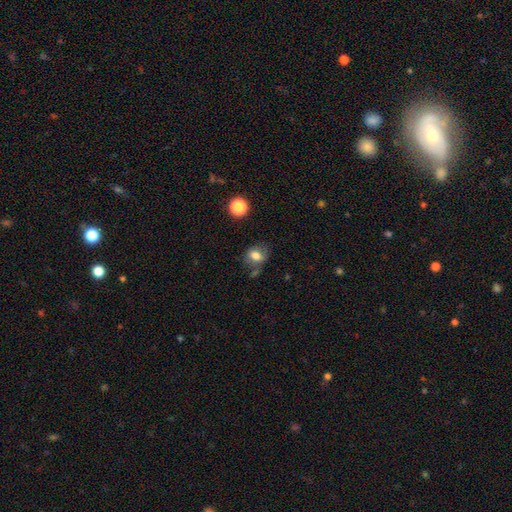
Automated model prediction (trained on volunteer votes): Smooth or featured: smooth — 75% (featured or disk — 14%)
How rounded: in between — 53% (round — 46%)
Merging: none — 64% (minor disturbance — 20%)